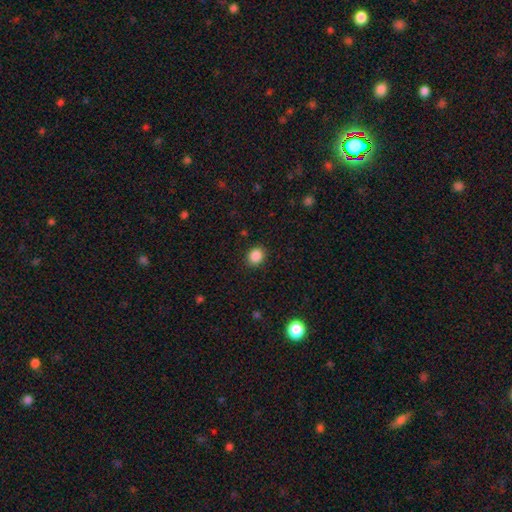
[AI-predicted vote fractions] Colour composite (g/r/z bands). It shows a smooth galaxy with no disk features (87%) that is round (71%). Merging: none (89%).